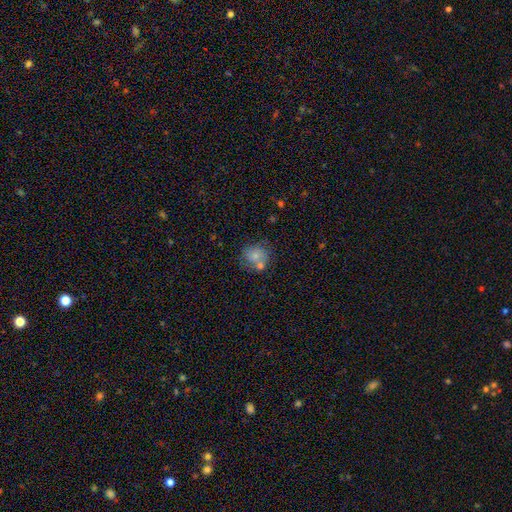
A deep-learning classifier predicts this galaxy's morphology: A smooth galaxy with no disk features (70%) that is round (77%).

Vote fractions:
- Smooth or featured? smooth: 70% / featured or disk: 21% / star or artifact: 10%
- How rounded? round: 77% / in between: 22% / cigar-shaped: 1%
- Merging? none: 51% / merger: 28% / minor disturbance: 16% / major disturbance: 6%